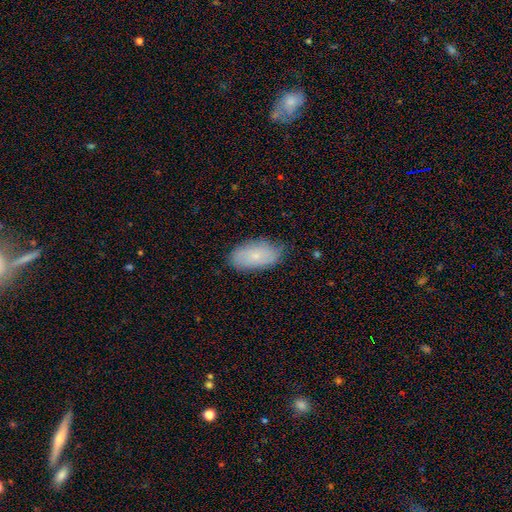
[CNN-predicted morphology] The model was most divided on "smooth or featured": smooth: 73%, featured or disk: 20%, star or artifact: 7%. More confident: how rounded — in between (94%); merging — none (78%).